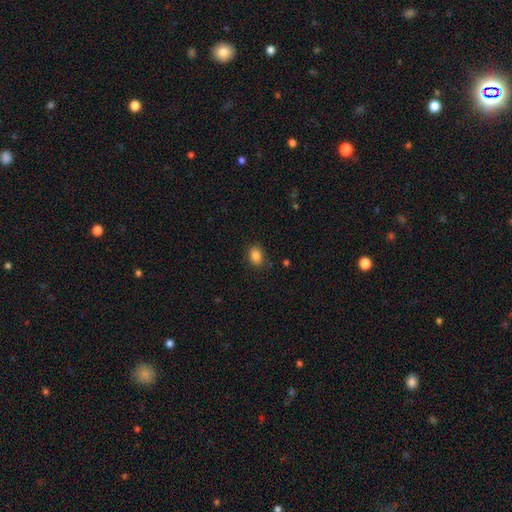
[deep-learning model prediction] Overall: smooth (85%). How rounded: in between (67%; round 32%). Merging: none (84%).